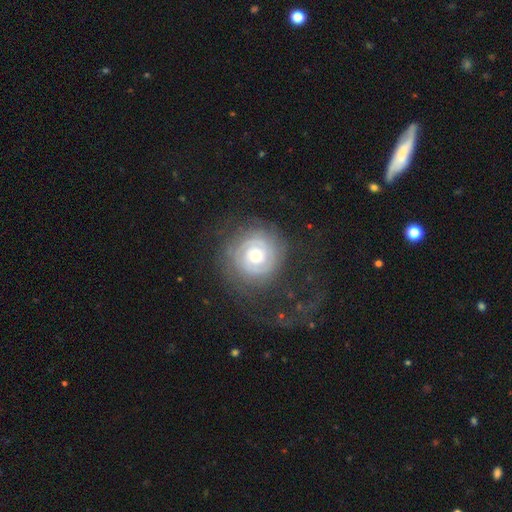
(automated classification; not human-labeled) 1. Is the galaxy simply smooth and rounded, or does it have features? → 77% featured or disk, 16% smooth, 7% star or artifact.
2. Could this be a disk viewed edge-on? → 97% no, 3% yes.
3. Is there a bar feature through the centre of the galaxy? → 76% no, 19% weak, 5% strong.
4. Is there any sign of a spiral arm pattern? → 87% yes, 13% no.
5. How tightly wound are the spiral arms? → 76% tight, 17% medium, 7% loose.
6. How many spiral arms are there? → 36% 2 (tied), 36% can't tell (tied), 11% 3, 7% 1, 6% 4, 5% more than 4.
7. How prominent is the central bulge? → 68% moderate, 22% small, 7% large, 1% dominant, 1% none.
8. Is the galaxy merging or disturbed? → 72% none, 14% minor disturbance, 13% major disturbance, 1% merger.